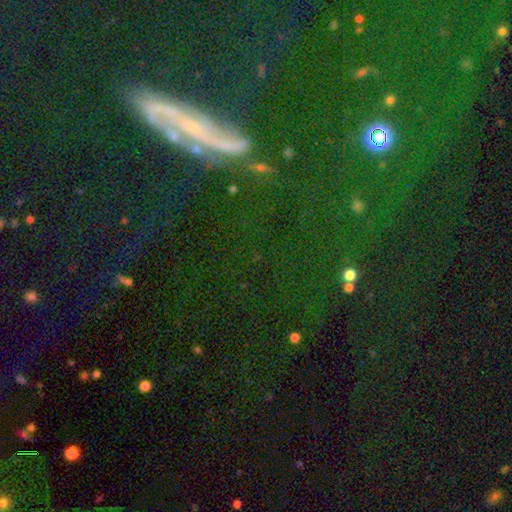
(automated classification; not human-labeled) This appears to be a star or artifact, not a galaxy (41%).